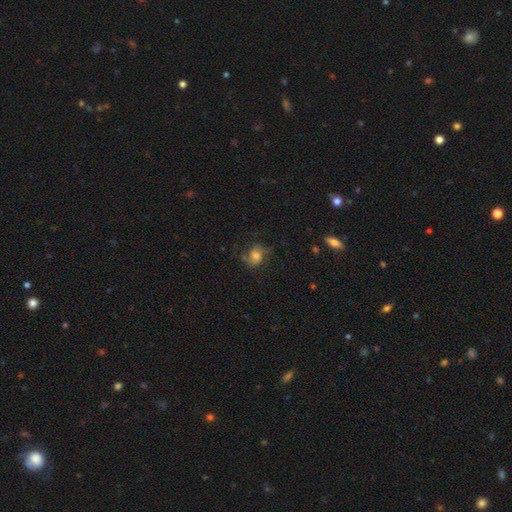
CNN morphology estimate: This is possibly a smooth galaxy (50%). How rounded: possibly in between (56%). Merging: possibly none (53%).